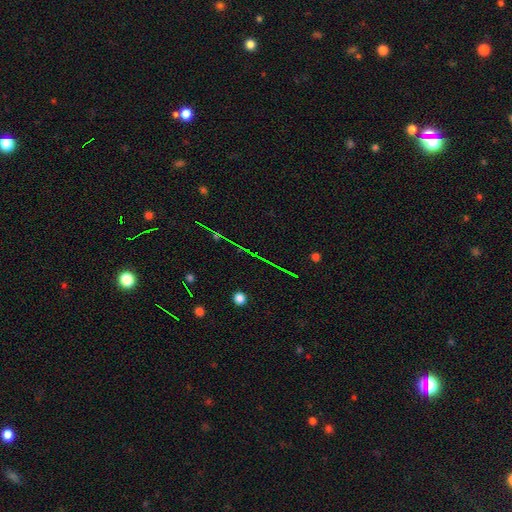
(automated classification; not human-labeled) Smooth or featured: star or artifact — 72% (smooth — 15%)